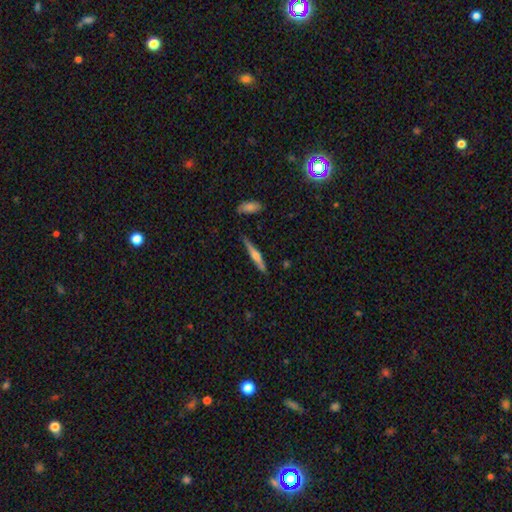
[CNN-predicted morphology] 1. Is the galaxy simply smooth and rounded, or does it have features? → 56% featured or disk, 38% smooth, 6% star or artifact.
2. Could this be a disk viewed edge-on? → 97% yes, 3% no.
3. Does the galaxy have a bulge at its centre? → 86% rounded, 9% none, 6% boxy.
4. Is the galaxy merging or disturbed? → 85% none, 11% minor disturbance, 2% merger, 2% major disturbance.